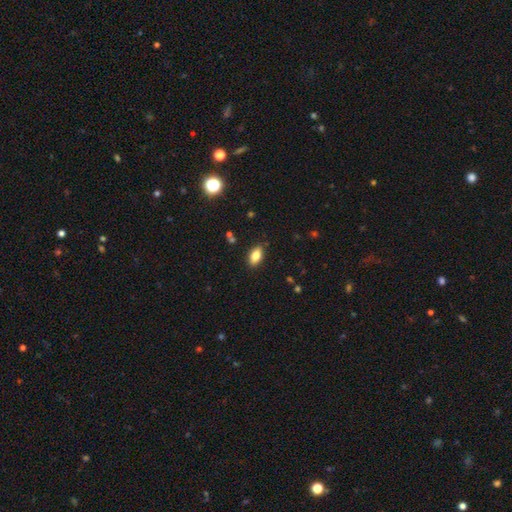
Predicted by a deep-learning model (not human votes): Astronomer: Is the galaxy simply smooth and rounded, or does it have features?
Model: smooth — 81%.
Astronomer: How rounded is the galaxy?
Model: in between — 90%.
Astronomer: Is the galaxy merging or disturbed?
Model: none — 87%.